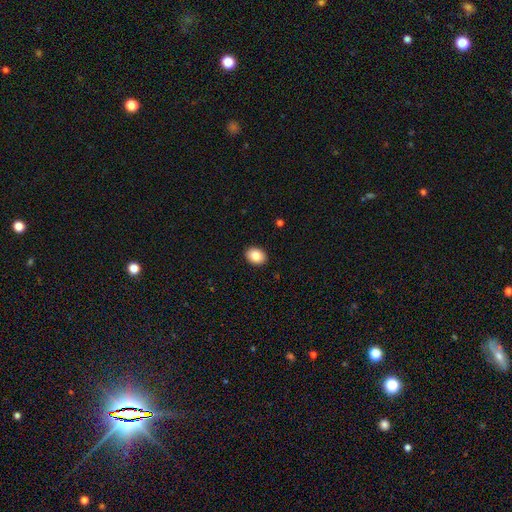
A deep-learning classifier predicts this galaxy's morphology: Smooth or featured? smooth (87%)
How rounded? in between (67%)
Merging? none (91%)